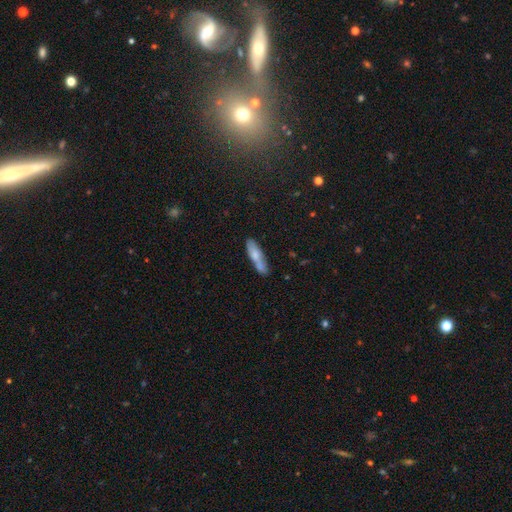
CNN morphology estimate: A smooth galaxy with no disk features (68%) that is cigar-shaped (69%). Merging: none (56%).